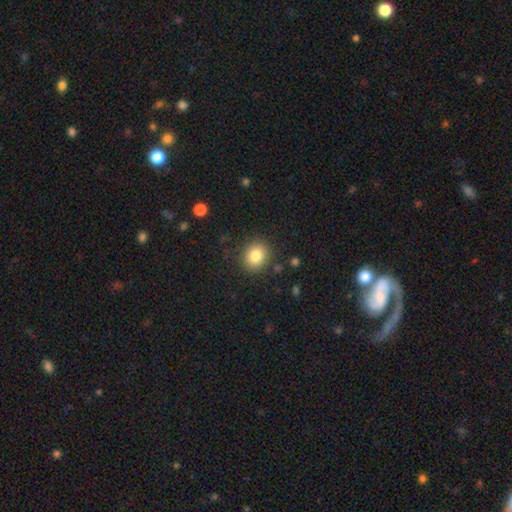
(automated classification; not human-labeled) A smooth galaxy with no disk features (82%) that is round (79%).

Vote fractions:
- Smooth or featured? smooth: 82% / star or artifact: 10% / featured or disk: 8%
- How rounded? round: 79% / in between: 20% / cigar-shaped: 1%
- Merging? none: 88% / minor disturbance: 8% / major disturbance: 3% / merger: 2%